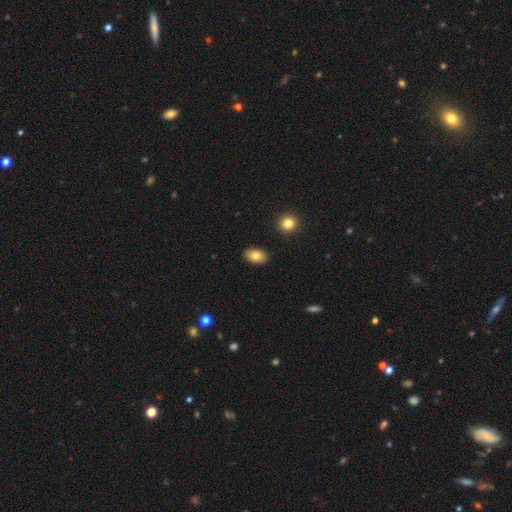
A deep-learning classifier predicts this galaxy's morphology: A smooth galaxy with no disk features (83%) that is in between round and cigar-shaped (90%).

Vote fractions:
- Smooth or featured? smooth: 83% / featured or disk: 10% / star or artifact: 8%
- How rounded? in between: 90% / round: 8% / cigar-shaped: 2%
- Merging? none: 88% / minor disturbance: 8% / major disturbance: 2% / merger: 2%